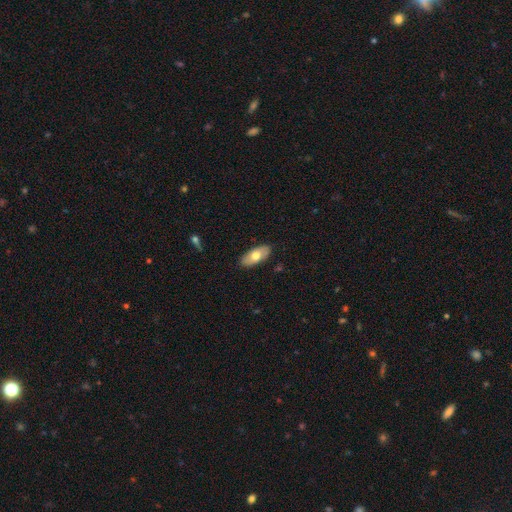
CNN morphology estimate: smooth-or-featured: smooth: 67% | featured or disk: 28% | star or artifact: 6%
  how-rounded: in between: 89% | cigar-shaped: 9% | round: 3%
  merging: none: 87% | minor disturbance: 10% | major disturbance: 2% | merger: 1%